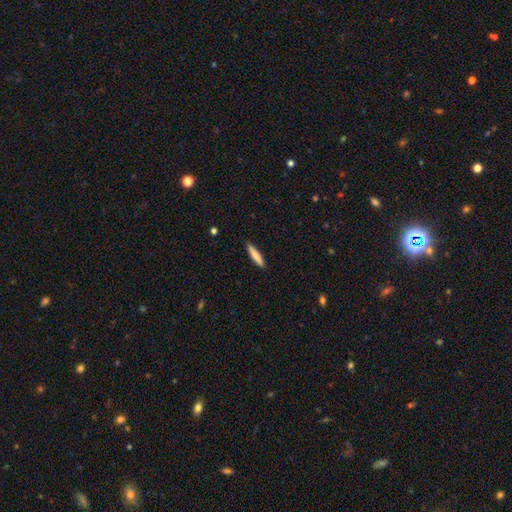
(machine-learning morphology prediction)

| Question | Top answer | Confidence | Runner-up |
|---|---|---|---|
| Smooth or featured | smooth | 75% | featured or disk (19%) |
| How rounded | cigar-shaped | 88% | in between (11%) |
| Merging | none | 90% | minor disturbance (7%) |